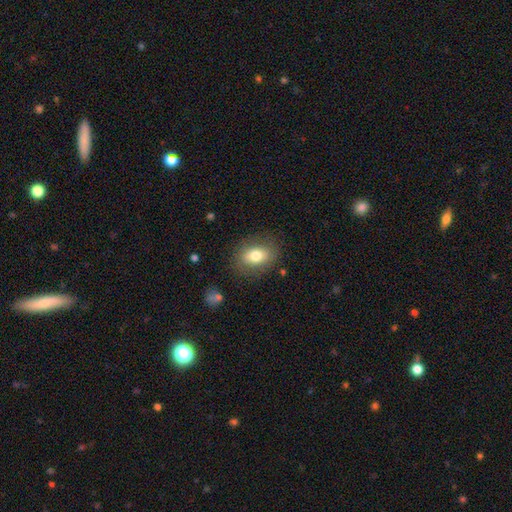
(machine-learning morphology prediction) Smooth or featured?
  - smooth: 75% *
  - featured or disk: 17%
  - star or artifact: 8%
How rounded?
  - in between: 77% *
  - round: 21%
  - cigar-shaped: 2%
Merging?
  - none: 80% *
  - minor disturbance: 13%
  - major disturbance: 5%
  - merger: 2%